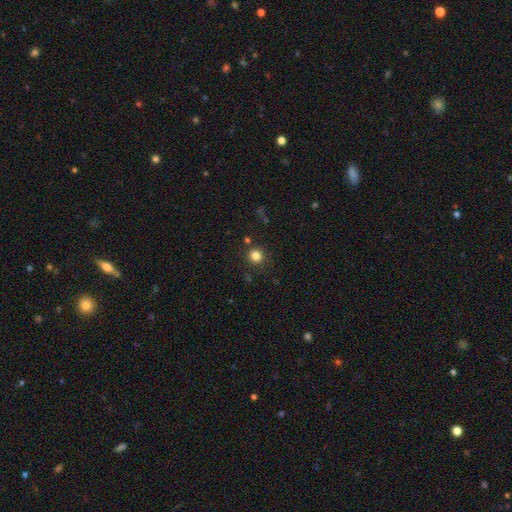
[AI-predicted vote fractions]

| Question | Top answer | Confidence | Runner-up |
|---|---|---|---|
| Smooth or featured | smooth | 82% | star or artifact (13%) |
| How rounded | round | 92% | in between (7%) |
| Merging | none | 85% | minor disturbance (9%) |